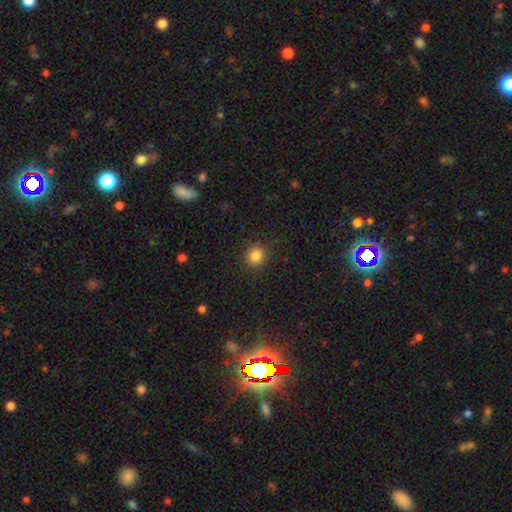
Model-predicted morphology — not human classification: smooth_or_featured: smooth (p=0.85) [alt: star or artifact p=0.11]
how_rounded: round (p=0.82) [alt: in between p=0.17]
merging: none (p=0.89) [alt: minor disturbance p=0.07]